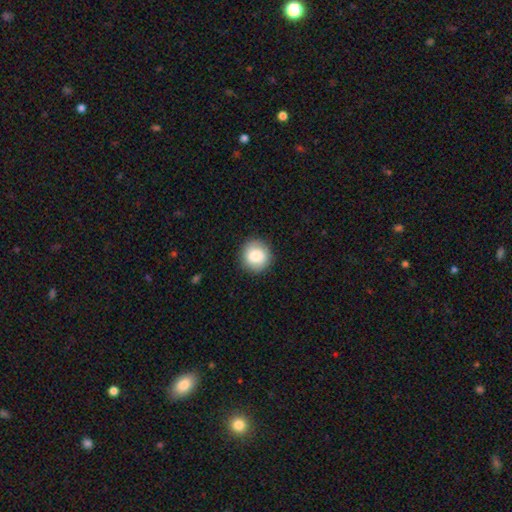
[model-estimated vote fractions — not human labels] A smooth galaxy with no disk features (82%) that is round (89%).

Vote fractions:
- Smooth or featured? smooth: 82% / featured or disk: 11% / star or artifact: 7%
- How rounded? round: 89% / in between: 10% / cigar-shaped: 1%
- Merging? none: 88% / minor disturbance: 8% / major disturbance: 2% / merger: 1%